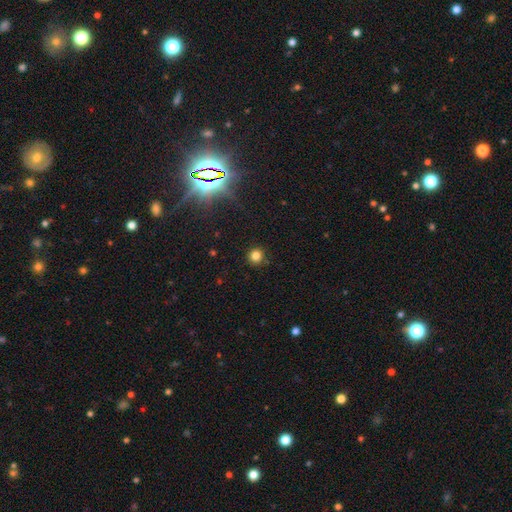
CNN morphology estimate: smooth 80%, star or artifact 15%, featured or disk 5%. Down the decision tree: how rounded — round (94%); merging — none (91%).